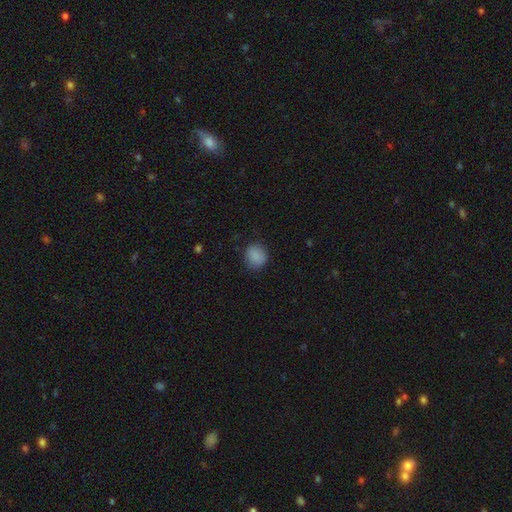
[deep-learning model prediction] Morphology: type=smooth (87%); roundness=round (74%); merging=none (83%).